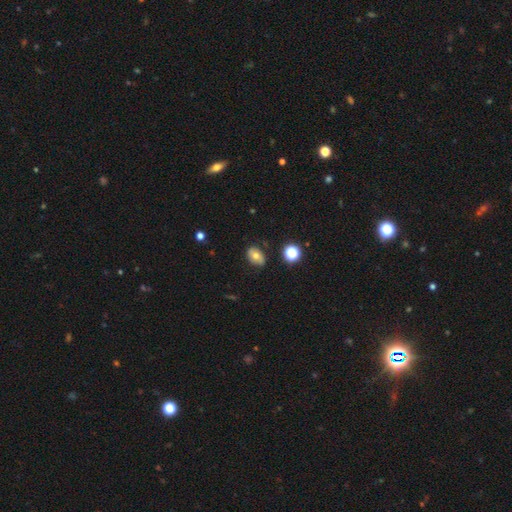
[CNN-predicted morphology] This appears to be a smooth galaxy with no disk features (65%) that is in between round and cigar-shaped (79%). Merging: none (81%).